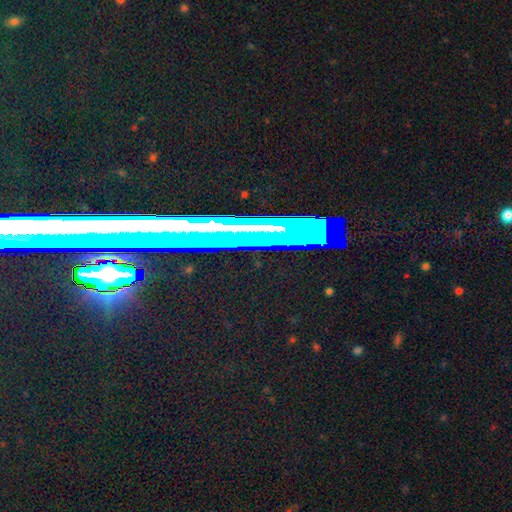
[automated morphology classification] A star or artifact, not a galaxy (50%).